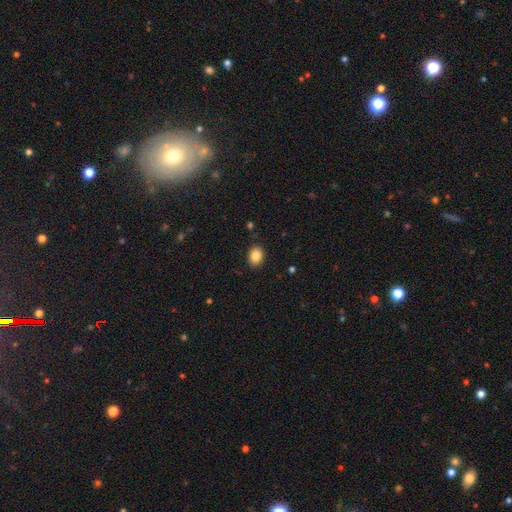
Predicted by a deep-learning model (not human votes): smooth 86%, star or artifact 9%, featured or disk 5%. Down the decision tree: how rounded — in between (65%); merging — none (88%).